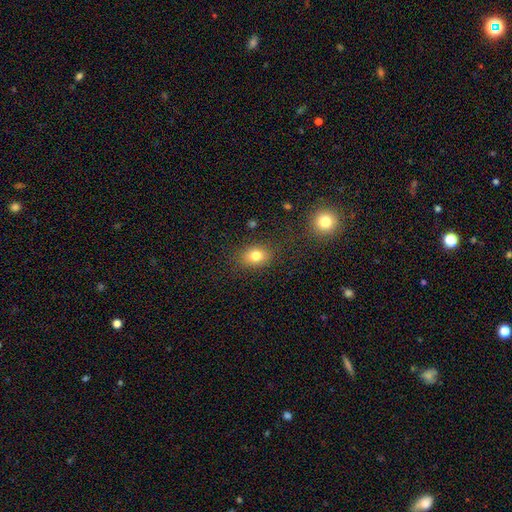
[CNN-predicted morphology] This is likely a smooth galaxy (80%). How rounded: likely in between (62%). Merging: clearly none (81%).